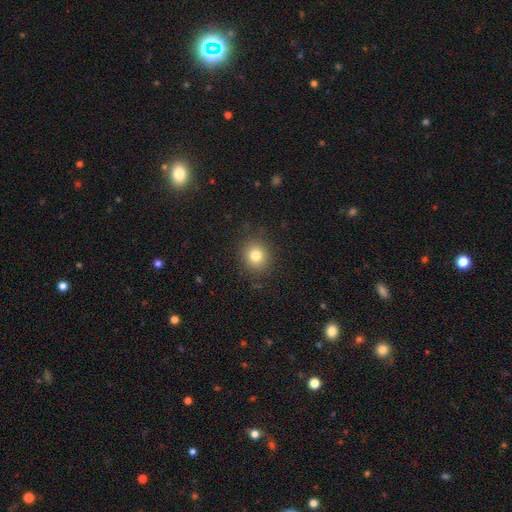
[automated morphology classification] Overall: smooth (80%). How rounded: round (86%). Merging: none (87%).